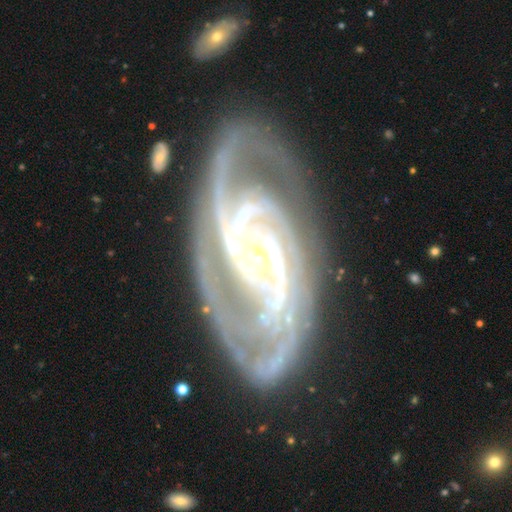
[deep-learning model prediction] Smooth or featured: featured or disk — 93% (star or artifact — 5%)
Edge-on disk: no — 97% (yes — 3%)
Bar: no — 44% (weak — 32%)
Spiral arms: yes — 99% (no — 1%)
Spiral winding: tight — 52% (medium — 42%)
Spiral arm count: 2 — 52% (3 — 23%)
Bulge size: small — 70% (moderate — 24%)
Merging: none — 74% (minor disturbance — 16%)